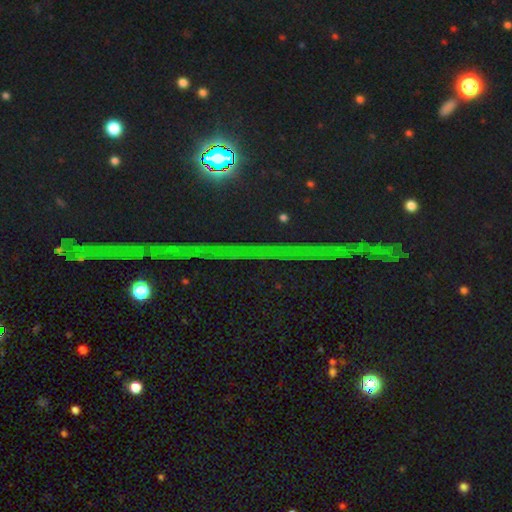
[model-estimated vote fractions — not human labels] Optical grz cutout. It shows a star or artifact, not a galaxy (84%).